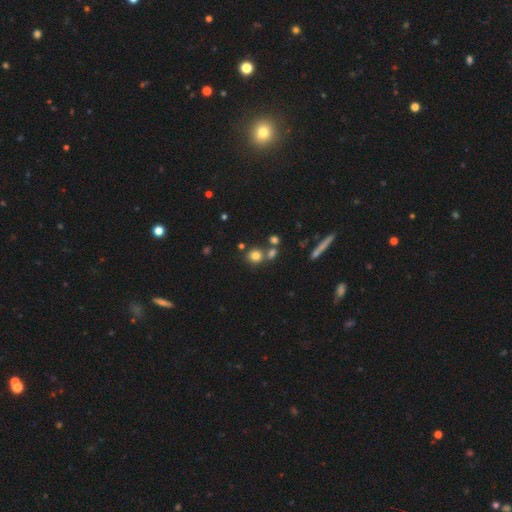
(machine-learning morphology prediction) Q: Smooth or featured?
A: smooth (77%); runner-up: star or artifact (14%)
Q: How rounded?
A: round (87%); runner-up: in between (12%)
Q: Merging?
A: none (65%); runner-up: merger (22%)